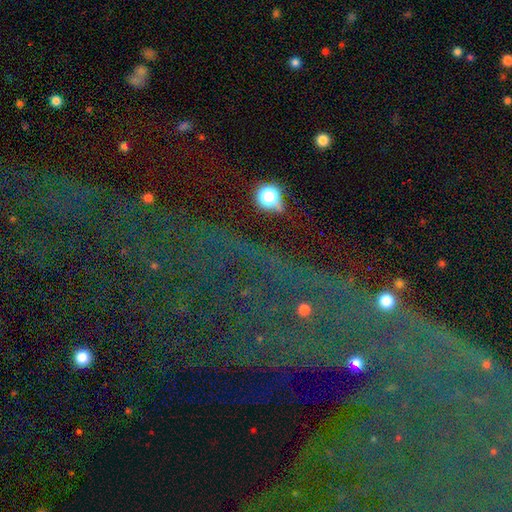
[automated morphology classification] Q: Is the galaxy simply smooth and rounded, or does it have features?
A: star or artifact — 71%.